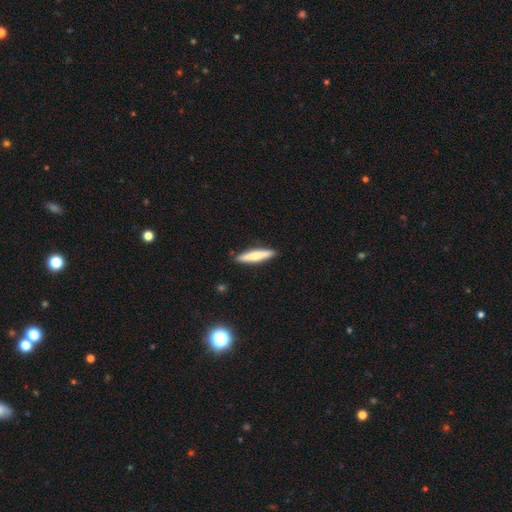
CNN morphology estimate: Smooth or featured? smooth (61%)
How rounded? cigar-shaped (87%)
Merging? none (90%)